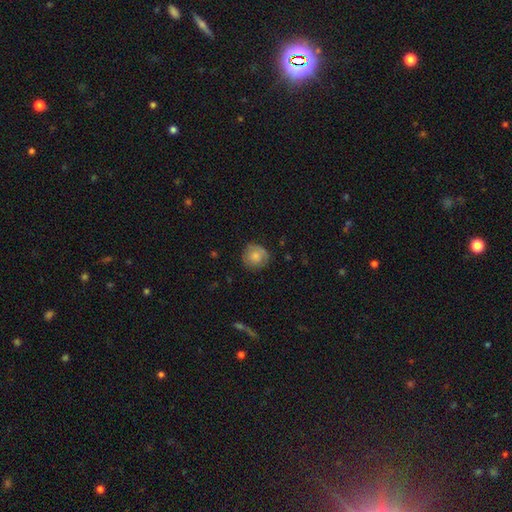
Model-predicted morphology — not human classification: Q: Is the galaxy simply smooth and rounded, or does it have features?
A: smooth — 72%.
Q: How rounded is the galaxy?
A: round — 88%.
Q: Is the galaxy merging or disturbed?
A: none — 75%.